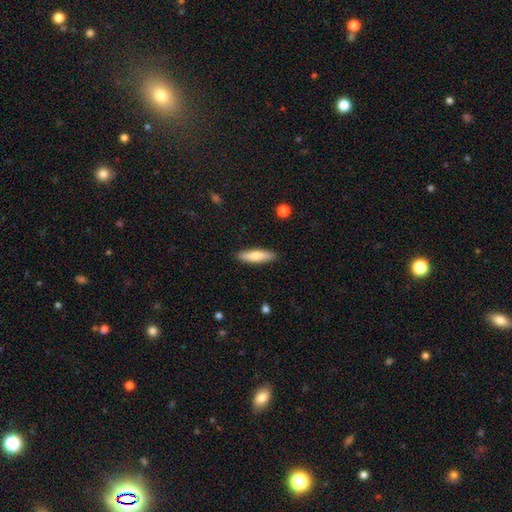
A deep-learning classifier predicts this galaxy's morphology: This is likely a smooth galaxy (75%). How rounded: likely cigar-shaped (70%). Merging: clearly none (90%).